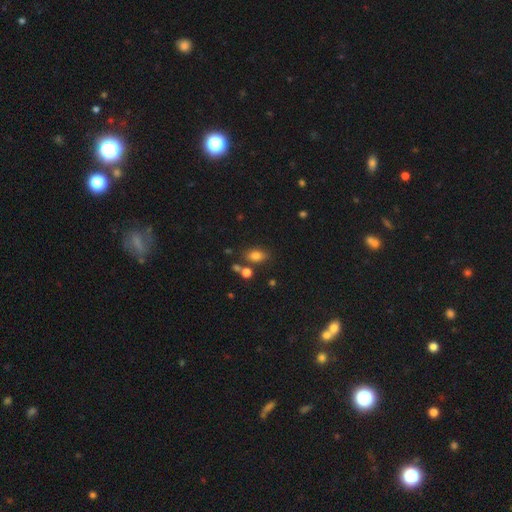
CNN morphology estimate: smooth-or-featured: smooth: 79% | star or artifact: 12% | featured or disk: 9%
  how-rounded: in between: 81% | round: 16% | cigar-shaped: 2%
  merging: none: 72% | minor disturbance: 13% | merger: 11% | major disturbance: 4%